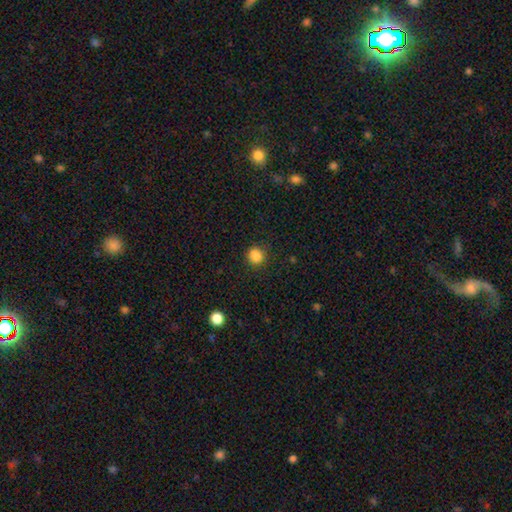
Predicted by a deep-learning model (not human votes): Smooth or featured: smooth — 85% (star or artifact — 12%)
How rounded: round — 69% (in between — 30%)
Merging: none — 81% (minor disturbance — 13%)